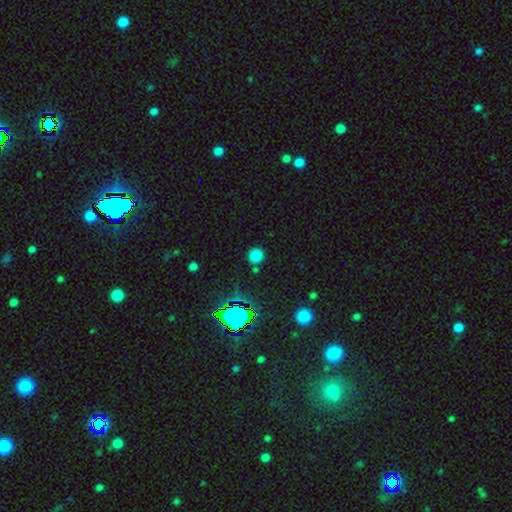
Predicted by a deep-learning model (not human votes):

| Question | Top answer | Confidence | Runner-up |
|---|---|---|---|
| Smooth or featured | smooth | 73% | star or artifact (22%) |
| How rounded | round | 91% | in between (8%) |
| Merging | none | 85% | minor disturbance (9%) |